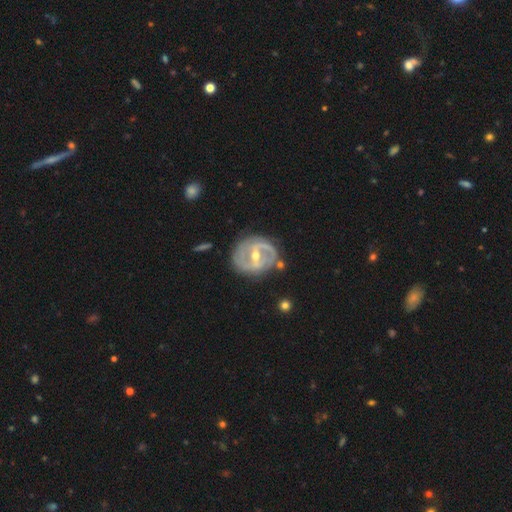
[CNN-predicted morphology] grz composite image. It shows a featured or disk galaxy (87%) with a strong bar (50%), 2 (75%) tight (45%) spiral arms (89%) and a moderate central bulge (59%). Merging: none (72%).